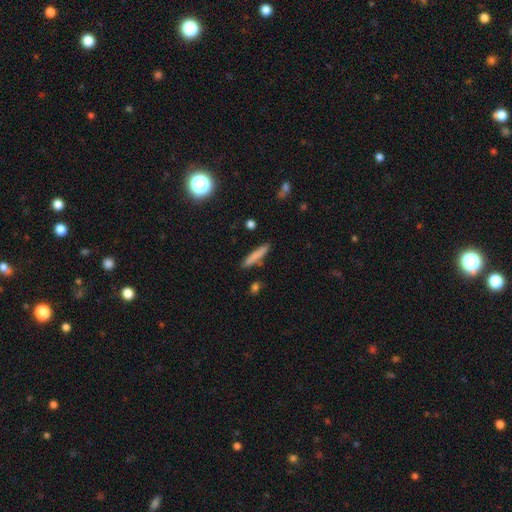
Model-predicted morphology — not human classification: Smooth or featured: smooth — 79% (featured or disk — 14%)
How rounded: cigar-shaped — 91% (in between — 7%)
Merging: none — 86% (minor disturbance — 9%)